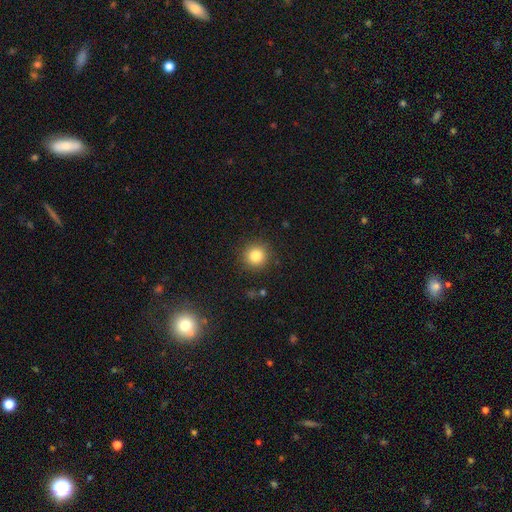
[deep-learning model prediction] A smooth galaxy with no disk features (84%) that is round (94%). Merging: none (89%).